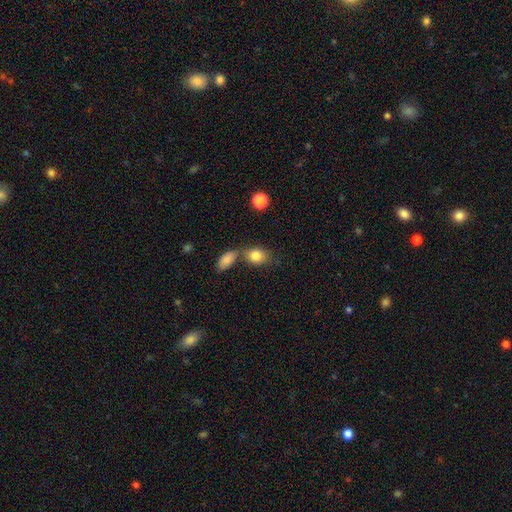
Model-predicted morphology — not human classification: This is clearly a smooth galaxy (83%). How rounded: likely in between (66%). Merging: possibly none (46%).